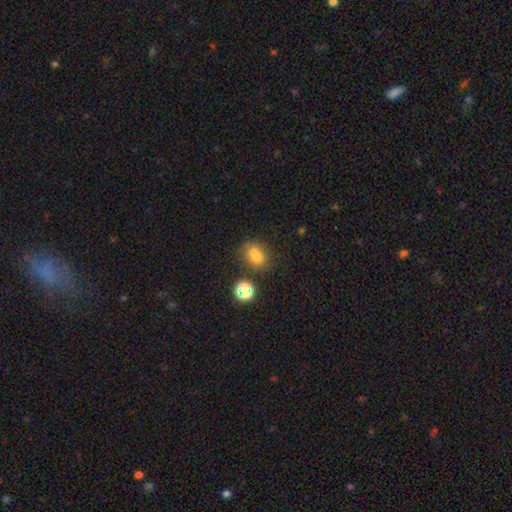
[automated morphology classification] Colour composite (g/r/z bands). It shows a smooth galaxy with no disk features (67%) that is round (55%). Merging: none (43%).